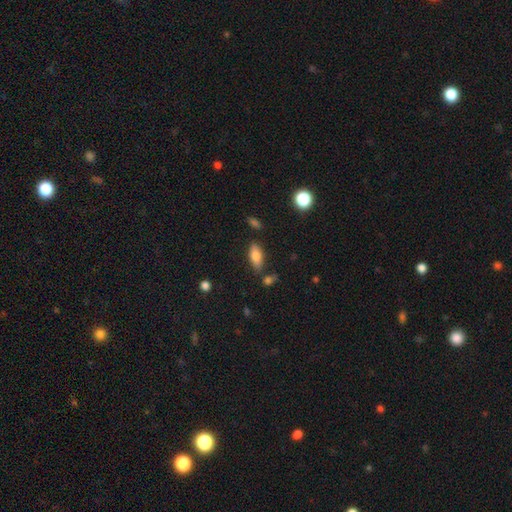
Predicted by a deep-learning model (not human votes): smooth_or_featured: smooth (p=0.78) [alt: featured or disk p=0.14]
how_rounded: in between (p=0.82) [alt: cigar-shaped p=0.16]
merging: none (p=0.73) [alt: minor disturbance p=0.16]